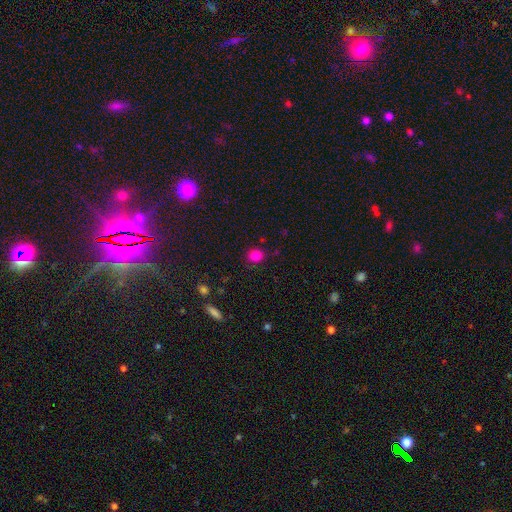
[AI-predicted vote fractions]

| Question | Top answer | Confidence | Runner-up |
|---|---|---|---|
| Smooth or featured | smooth | 83% | star or artifact (13%) |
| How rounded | round | 76% | in between (23%) |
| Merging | none | 85% | minor disturbance (10%) |